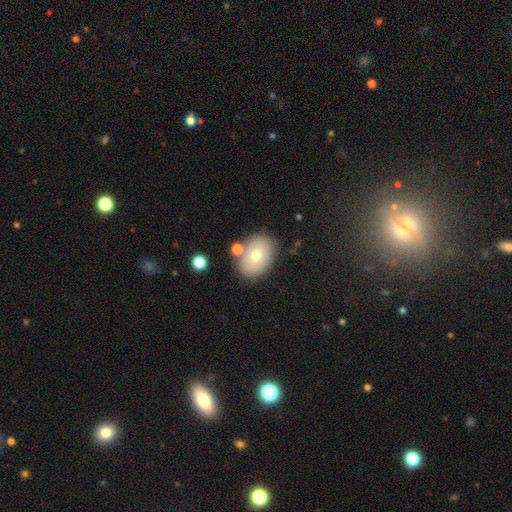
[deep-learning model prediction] Smooth or featured?
  - smooth: 71% *
  - featured or disk: 20%
  - star or artifact: 9%
How rounded?
  - in between: 76% *
  - round: 23%
  - cigar-shaped: 1%
Merging?
  - none: 77% *
  - minor disturbance: 12%
  - merger: 8%
  - major disturbance: 3%